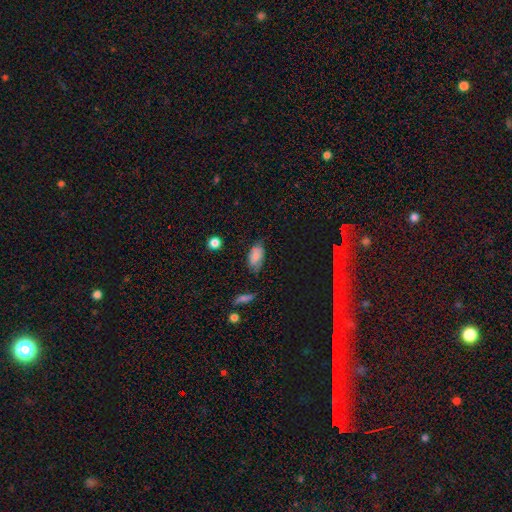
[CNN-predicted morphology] Smooth or featured?
  - smooth: 74% *
  - featured or disk: 15%
  - star or artifact: 11%
How rounded?
  - in between: 92% *
  - round: 5%
  - cigar-shaped: 3%
Merging?
  - none: 62% *
  - minor disturbance: 29%
  - major disturbance: 6%
  - merger: 2%